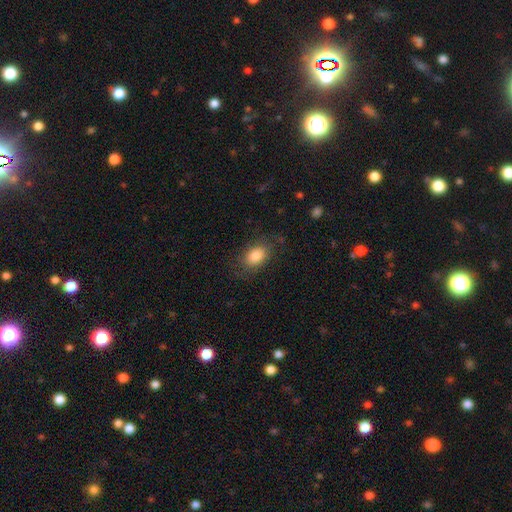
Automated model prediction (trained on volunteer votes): Overall: smooth (82%). How rounded: in between (84%). Merging: none (73%).